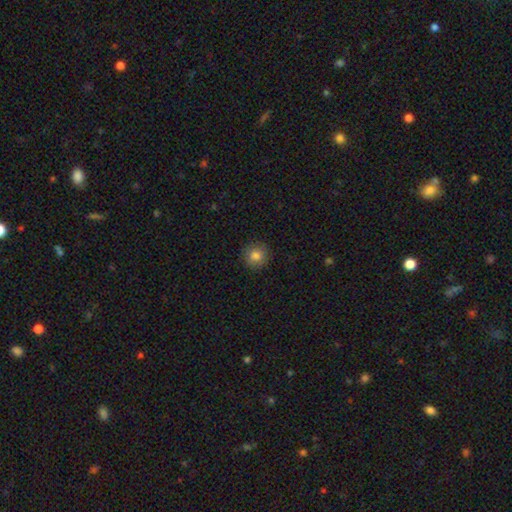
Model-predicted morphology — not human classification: A smooth galaxy with no disk features (83%) that is round (92%).

Vote fractions:
- Smooth or featured? smooth: 83% / star or artifact: 10% / featured or disk: 7%
- How rounded? round: 92% / in between: 7% / cigar-shaped: 1%
- Merging? none: 90% / minor disturbance: 7% / major disturbance: 2% / merger: 1%